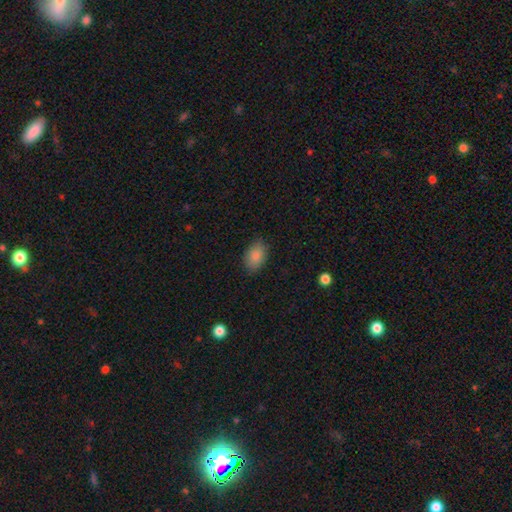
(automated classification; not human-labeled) A smooth galaxy with no disk features (86%) that is in between round and cigar-shaped (89%). Merging: none (85%).